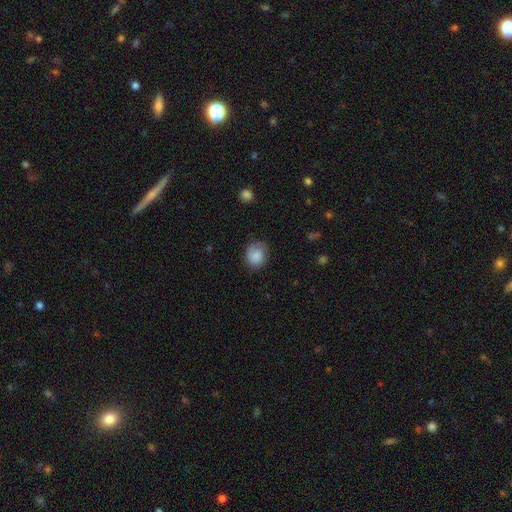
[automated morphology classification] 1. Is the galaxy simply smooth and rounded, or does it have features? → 83% smooth, 10% featured or disk, 8% star or artifact.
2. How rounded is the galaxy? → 71% round, 28% in between, 1% cigar-shaped.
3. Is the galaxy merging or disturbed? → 72% none, 21% minor disturbance, 6% major disturbance, 1% merger.